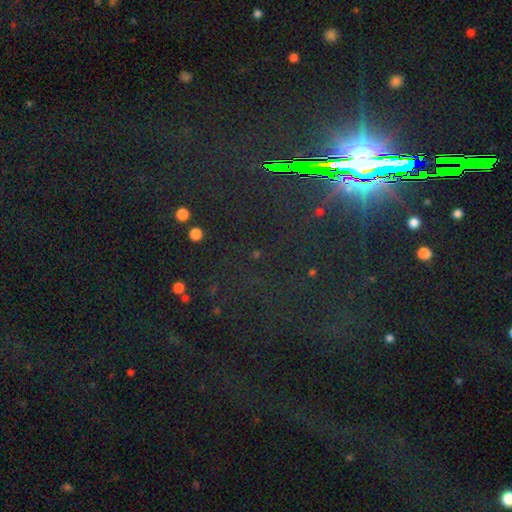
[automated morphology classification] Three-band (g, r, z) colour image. It shows a star or artifact, not a galaxy (80%).